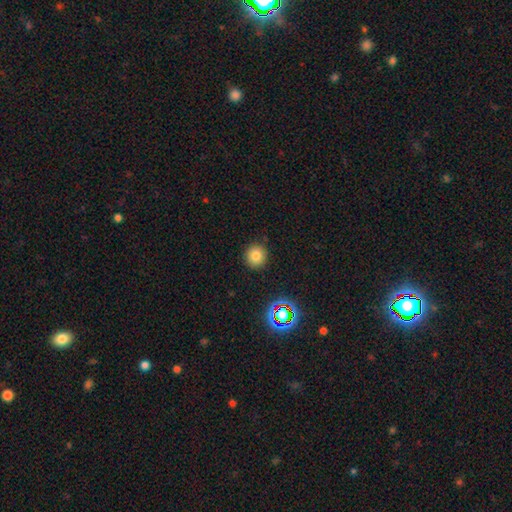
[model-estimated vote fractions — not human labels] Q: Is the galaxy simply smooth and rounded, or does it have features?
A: smooth — 77%.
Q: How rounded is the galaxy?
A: round — 93%.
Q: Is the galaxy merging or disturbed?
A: none — 89%.